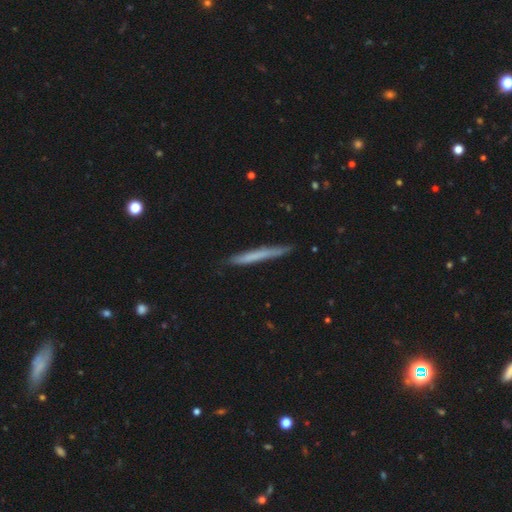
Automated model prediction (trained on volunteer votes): smooth-or-featured: smooth: 60% | featured or disk: 34% | star or artifact: 6%
  how-rounded: cigar-shaped: 97% | in between: 2% | round: 1%
  merging: none: 84% | minor disturbance: 13% | major disturbance: 2% | merger: 1%